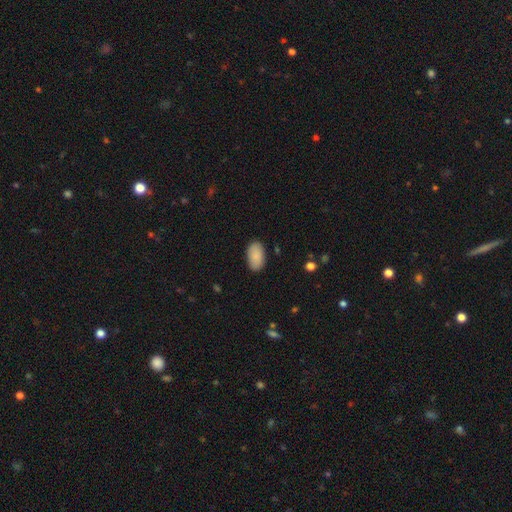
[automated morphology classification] smooth_or_featured: smooth (p=0.89) [alt: star or artifact p=0.06]
how_rounded: in between (p=0.95) [alt: round p=0.04]
merging: none (p=0.87) [alt: minor disturbance p=0.10]